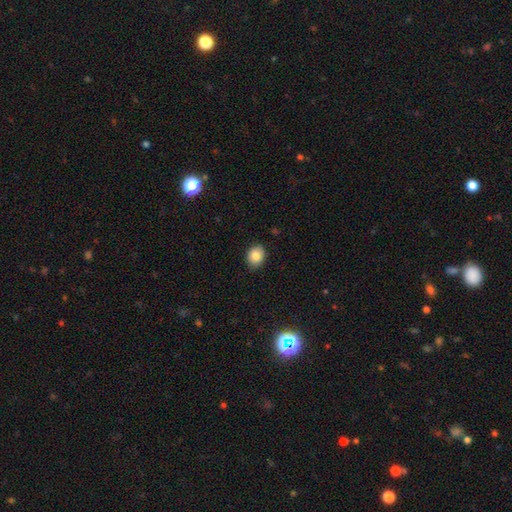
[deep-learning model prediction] A smooth galaxy with no disk features (83%) that is in between round and cigar-shaped (52%). Merging: none (87%).